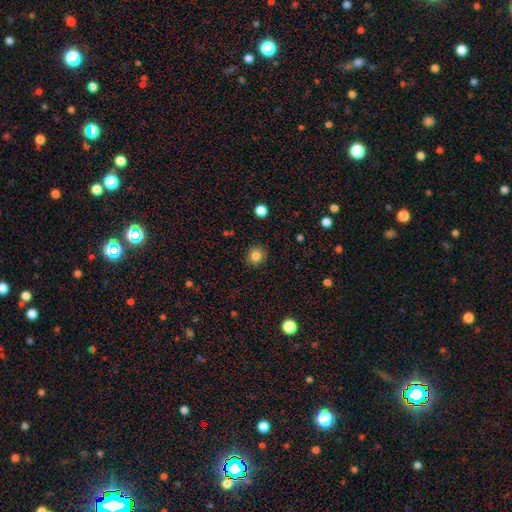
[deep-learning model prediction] The model was most divided on "smooth or featured": smooth: 83%, star or artifact: 11%, featured or disk: 6%. More confident: merging — none (89%); how rounded — round (86%).